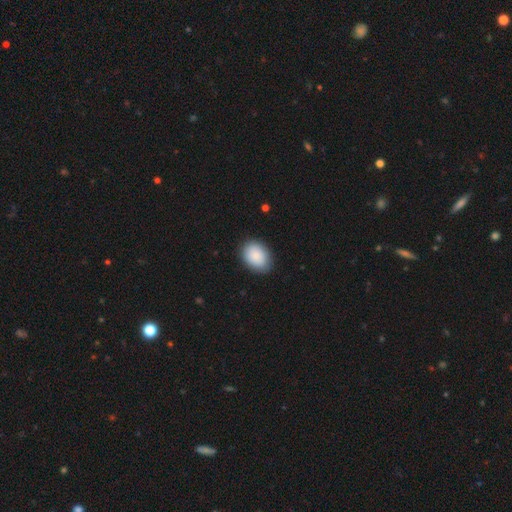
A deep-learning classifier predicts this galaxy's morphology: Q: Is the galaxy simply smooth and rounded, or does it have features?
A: smooth — 88%.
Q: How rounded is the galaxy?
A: in between — 74%.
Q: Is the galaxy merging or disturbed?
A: none — 86%.